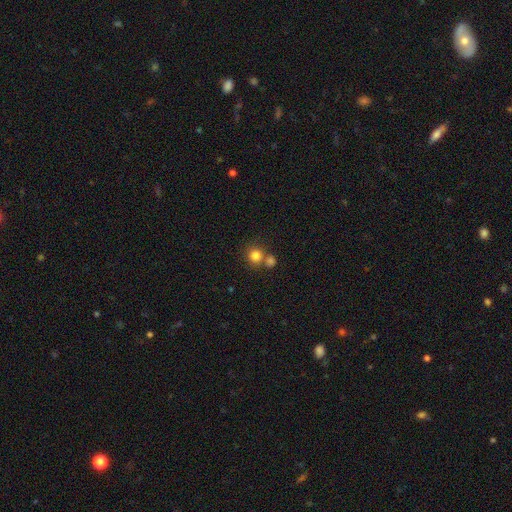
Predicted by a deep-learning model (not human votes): smooth-or-featured: smooth: 81% | star or artifact: 12% | featured or disk: 7%
  how-rounded: round: 90% | in between: 9% | cigar-shaped: 1%
  merging: none: 60% | merger: 29% | minor disturbance: 8% | major disturbance: 3%